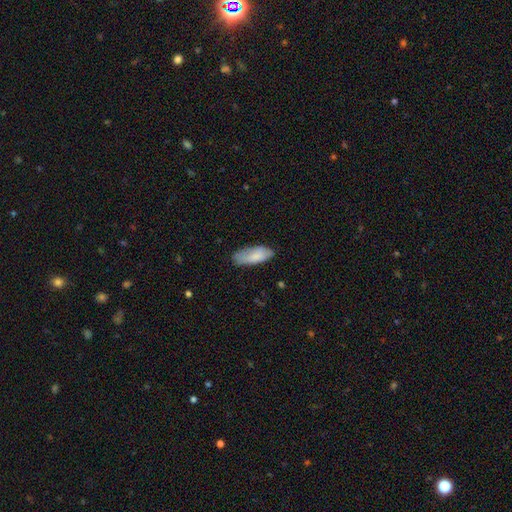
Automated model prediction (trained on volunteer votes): Smooth or featured?
  - smooth: 81% *
  - featured or disk: 13%
  - star or artifact: 6%
How rounded?
  - in between: 78% *
  - cigar-shaped: 20%
  - round: 2%
Merging?
  - none: 65% *
  - minor disturbance: 27%
  - major disturbance: 7%
  - merger: 2%